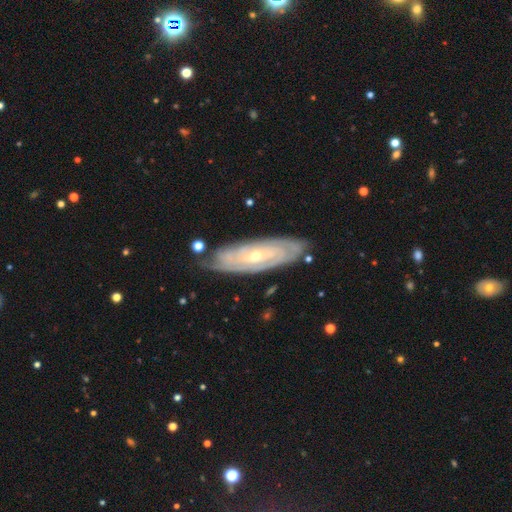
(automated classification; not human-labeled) This appears to be a featured or disk galaxy (85%) with no bar (62%), tight (81%) spiral arms (94%) and a small central bulge (58%). Merging: none (76%).